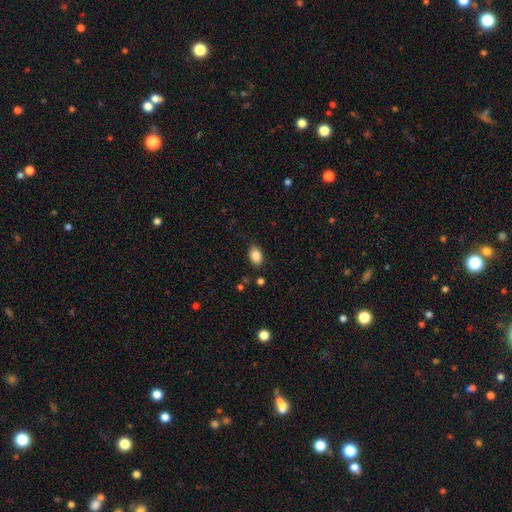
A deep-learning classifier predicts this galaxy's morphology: Smooth or featured: smooth — 87% (star or artifact — 8%)
How rounded: in between — 86% (round — 13%)
Merging: none — 85% (minor disturbance — 10%)